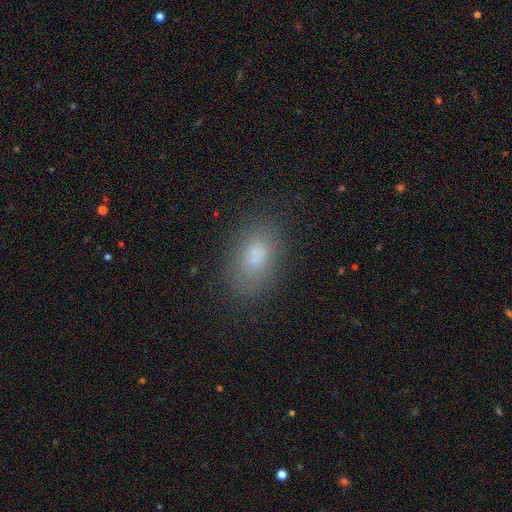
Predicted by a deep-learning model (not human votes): Smooth or featured?
  - smooth: 77% *
  - featured or disk: 12%
  - star or artifact: 11%
How rounded?
  - in between: 87% *
  - round: 11%
  - cigar-shaped: 2%
Merging?
  - none: 74% *
  - minor disturbance: 16%
  - major disturbance: 6%
  - merger: 4%